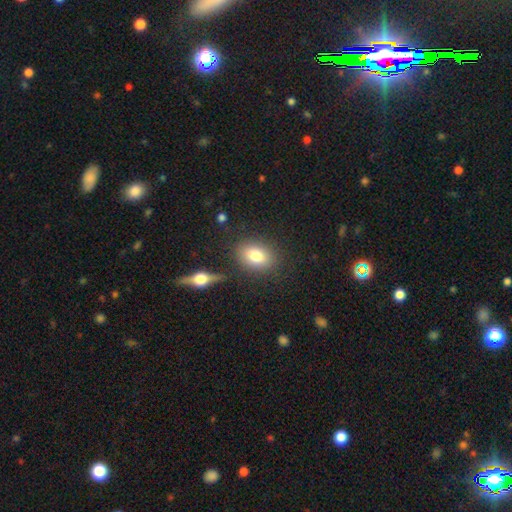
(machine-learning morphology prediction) smooth_or_featured: smooth (p=0.79) [alt: featured or disk p=0.12]
how_rounded: in between (p=0.71) [alt: round p=0.27]
merging: none (p=0.80) [alt: minor disturbance p=0.11]